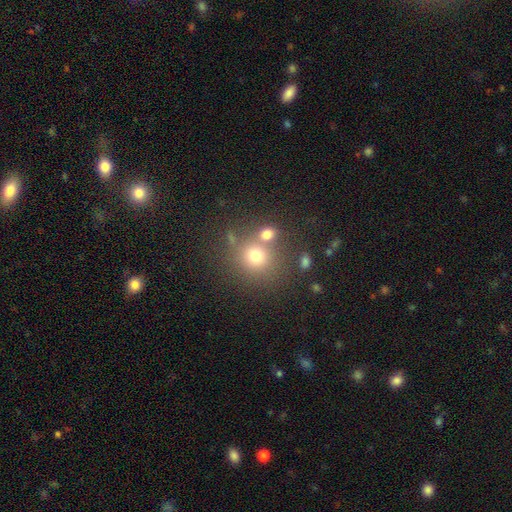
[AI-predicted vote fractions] A smooth galaxy with no disk features (72%) that is round (85%). Merging: none (60%).